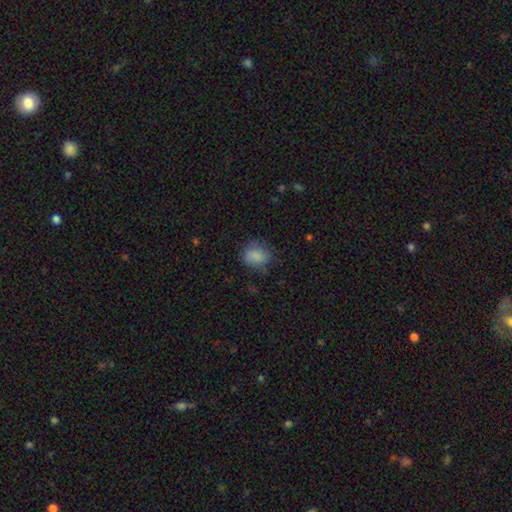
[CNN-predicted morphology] smooth-or-featured: smooth: 84% | star or artifact: 9% | featured or disk: 8%
  how-rounded: round: 56% | in between: 43% | cigar-shaped: 1%
  merging: none: 70% | minor disturbance: 21% | major disturbance: 7% | merger: 1%